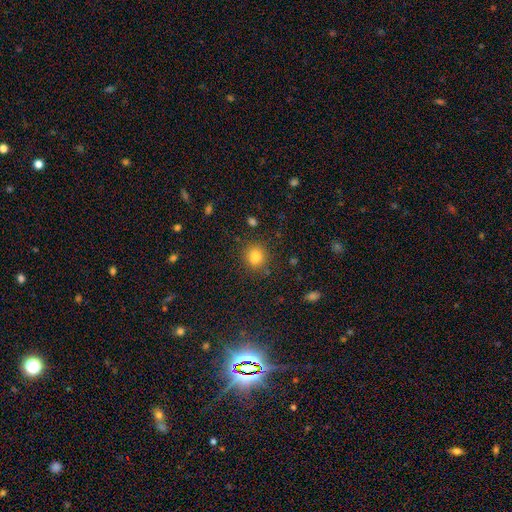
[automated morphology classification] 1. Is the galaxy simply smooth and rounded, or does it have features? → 82% smooth, 12% star or artifact, 6% featured or disk.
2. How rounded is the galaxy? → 76% round, 23% in between, 1% cigar-shaped.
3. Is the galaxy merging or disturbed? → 79% none, 12% minor disturbance, 5% merger, 4% major disturbance.